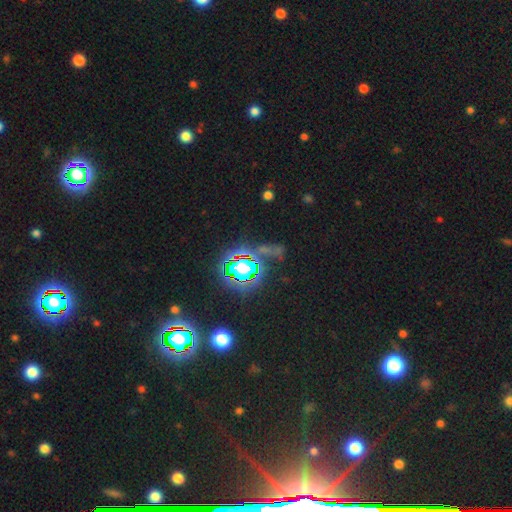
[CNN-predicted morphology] Smooth or featured: star or artifact — 81% (smooth — 10%)